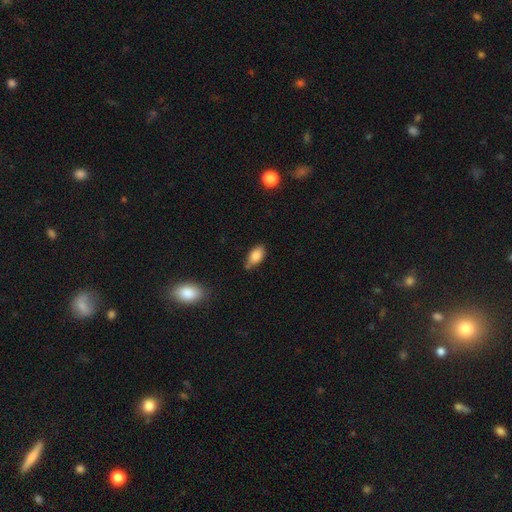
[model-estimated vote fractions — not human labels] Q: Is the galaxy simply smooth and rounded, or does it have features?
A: smooth — 82%.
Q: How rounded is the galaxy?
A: in between — 90%.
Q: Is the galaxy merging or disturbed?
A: none — 61%.